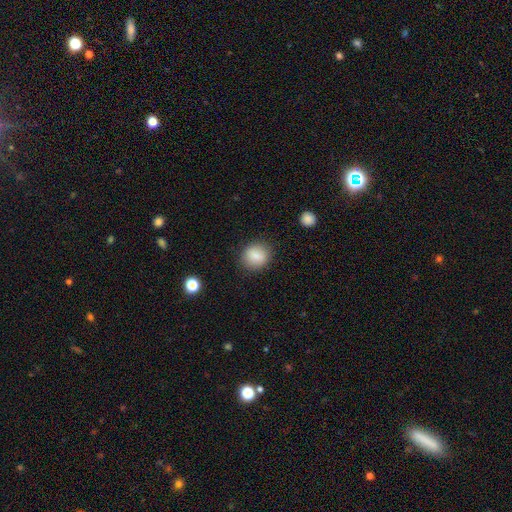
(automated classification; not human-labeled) Smooth or featured? smooth (85%)
How rounded? round (78%)
Merging? none (86%)